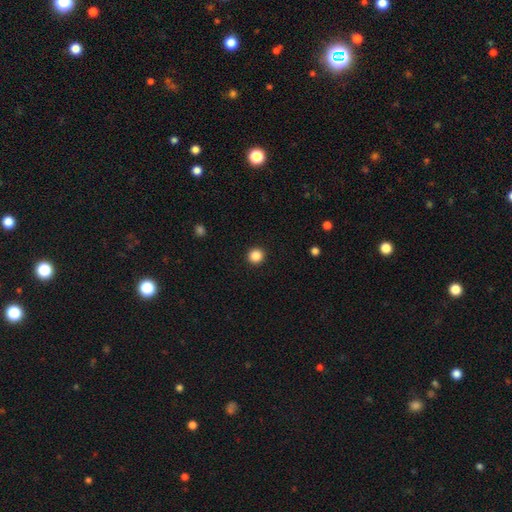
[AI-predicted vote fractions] Smooth or featured: smooth — 86% (star or artifact — 10%)
How rounded: round — 95% (in between — 4%)
Merging: none — 93% (minor disturbance — 4%)